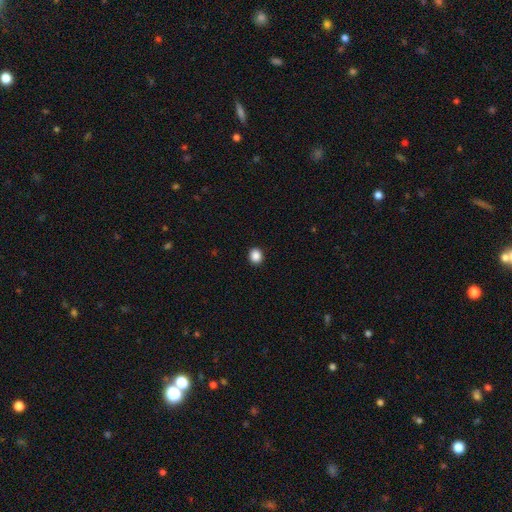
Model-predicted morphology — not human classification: Smooth or featured: smooth — 88% (star or artifact — 10%)
How rounded: round — 83% (in between — 16%)
Merging: none — 93% (minor disturbance — 4%)